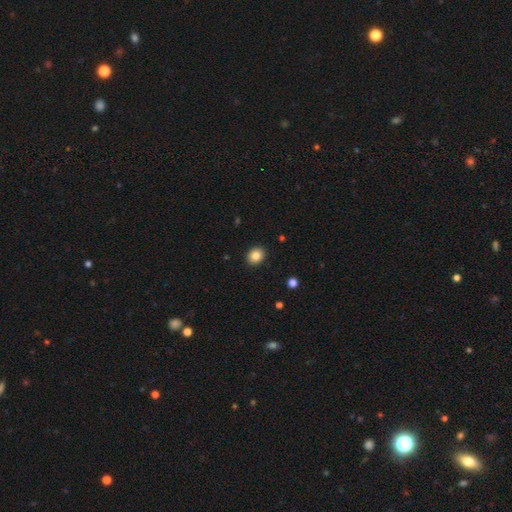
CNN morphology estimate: Smooth or featured? Predicted: smooth (p=0.84). How rounded? Predicted: round (p=0.55). Merging? Predicted: none (p=0.91).